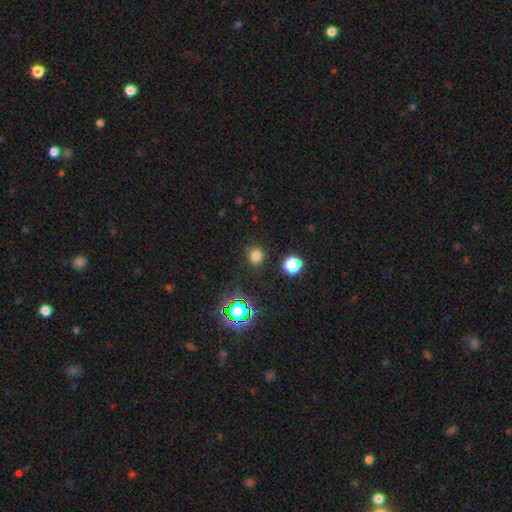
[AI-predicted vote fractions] Smooth or featured: smooth — 76% (star or artifact — 20%)
How rounded: round — 86% (in between — 13%)
Merging: none — 86% (minor disturbance — 9%)